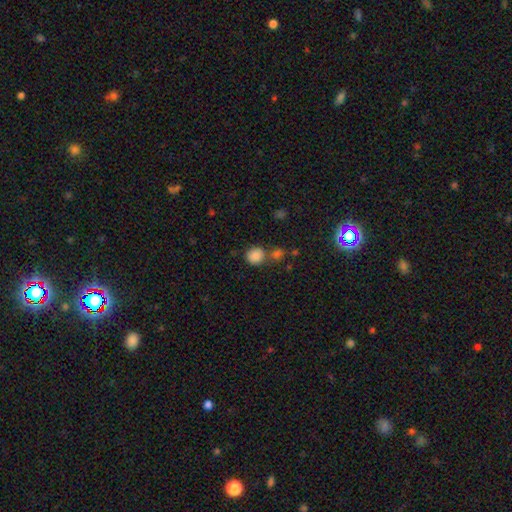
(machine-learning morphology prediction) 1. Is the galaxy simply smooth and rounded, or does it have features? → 85% smooth, 10% star or artifact, 5% featured or disk.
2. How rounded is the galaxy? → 84% round, 15% in between, 1% cigar-shaped.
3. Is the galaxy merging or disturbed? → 61% none, 24% merger, 11% minor disturbance, 4% major disturbance.